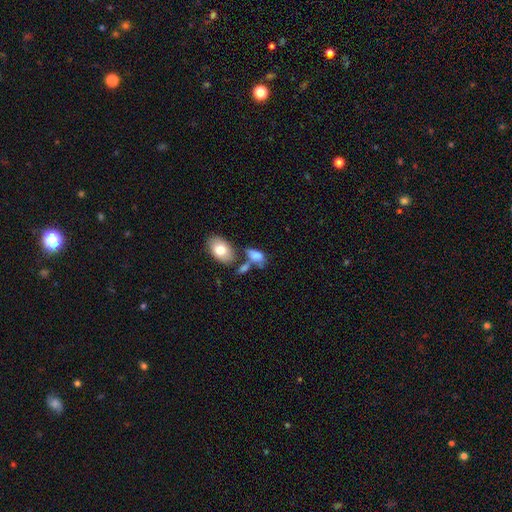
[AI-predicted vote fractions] Overall: smooth (76%). How rounded: in between (90%). Merging: none (37%; merger 34%).